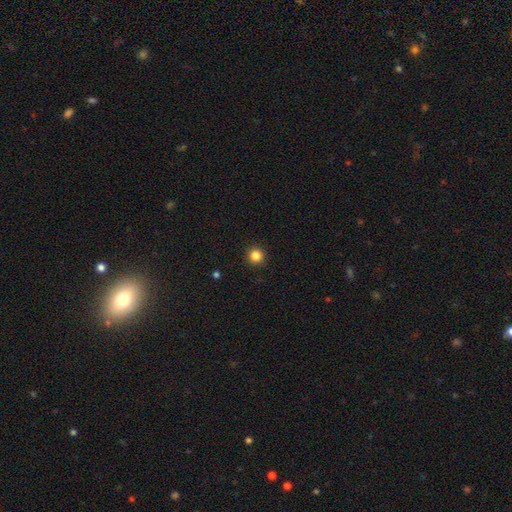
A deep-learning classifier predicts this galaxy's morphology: Overall: smooth (85%). How rounded: round (95%). Merging: none (93%).